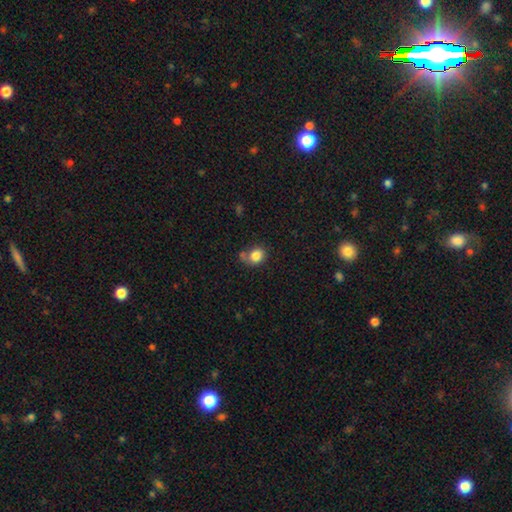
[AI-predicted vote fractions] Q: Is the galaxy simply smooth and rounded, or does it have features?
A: smooth — 83%.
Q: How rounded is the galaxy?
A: round — 64%.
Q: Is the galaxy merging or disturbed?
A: none — 53%.